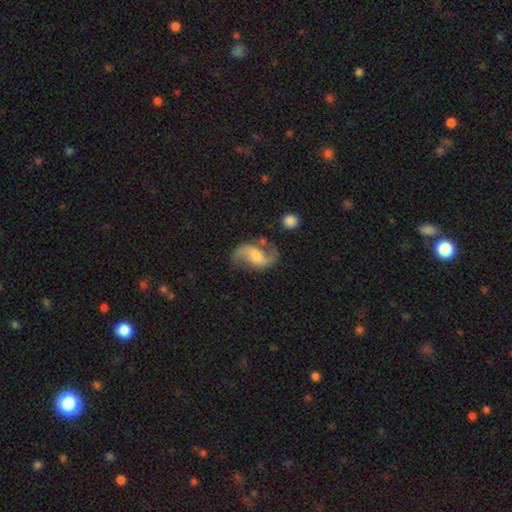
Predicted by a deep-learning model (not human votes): Smooth or featured: featured or disk — 83% (smooth — 12%)
Edge-on disk: no — 98% (yes — 2%)
Bar: weak — 47% (no — 35%)
Spiral arms: yes — 96% (no — 4%)
Spiral winding: loose — 68% (medium — 26%)
Spiral arm count: 2 — 93% (1 — 2%)
Bulge size: moderate — 40% (small — 30%)
Merging: none — 70% (minor disturbance — 17%)